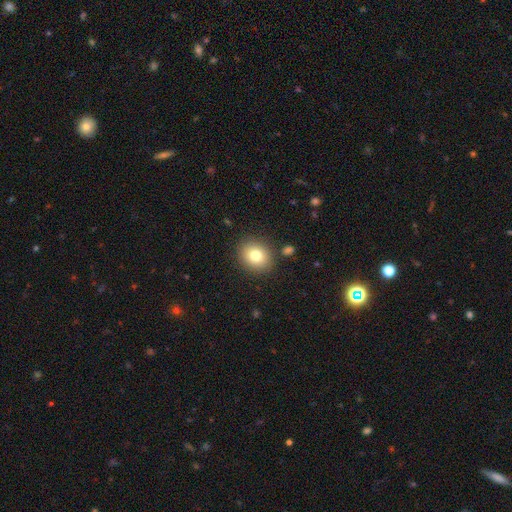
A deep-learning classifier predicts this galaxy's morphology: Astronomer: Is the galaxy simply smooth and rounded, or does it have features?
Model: smooth — 78%.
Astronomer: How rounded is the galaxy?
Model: round — 68%.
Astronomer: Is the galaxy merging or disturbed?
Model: none — 86%.